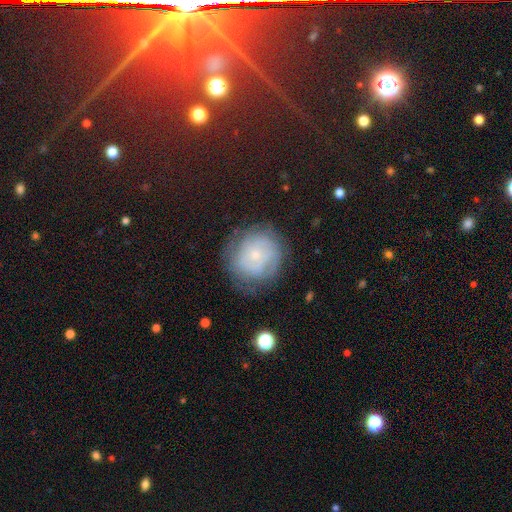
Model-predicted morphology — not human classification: Smooth or featured: featured or disk — 55% (smooth — 35%)
Edge-on disk: no — 97% (yes — 3%)
Bar: no — 81% (weak — 17%)
Spiral arms: yes — 74% (no — 26%)
Bulge size: small — 72% (moderate — 22%)
Merging: none — 71% (minor disturbance — 19%)